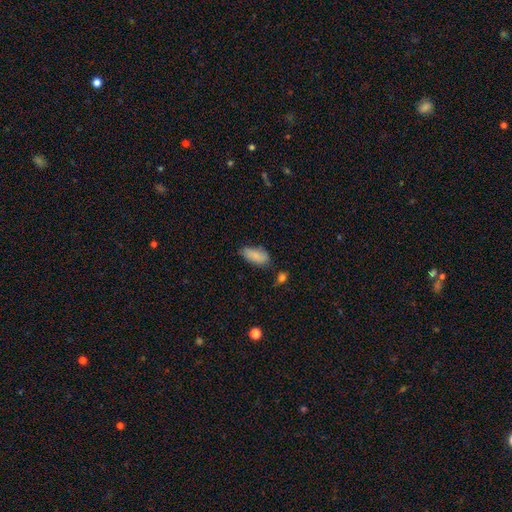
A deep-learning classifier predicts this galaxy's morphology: Smooth or featured? Predicted: smooth (p=0.85). How rounded? Predicted: in between (p=0.87). Merging? Predicted: none (p=0.65).